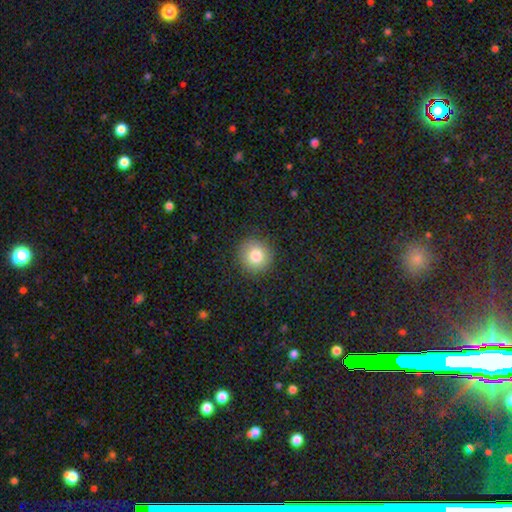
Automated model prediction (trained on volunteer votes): Morphology: type=smooth (82%); roundness=round (93%); merging=none (89%).